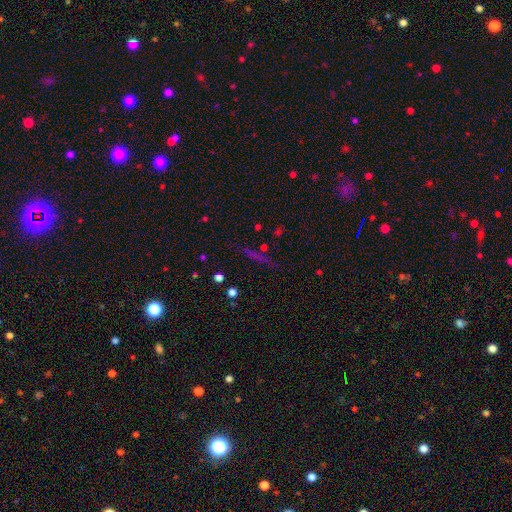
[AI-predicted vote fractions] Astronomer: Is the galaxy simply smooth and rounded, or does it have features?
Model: star or artifact — 36% (runner-up: smooth, 34%).